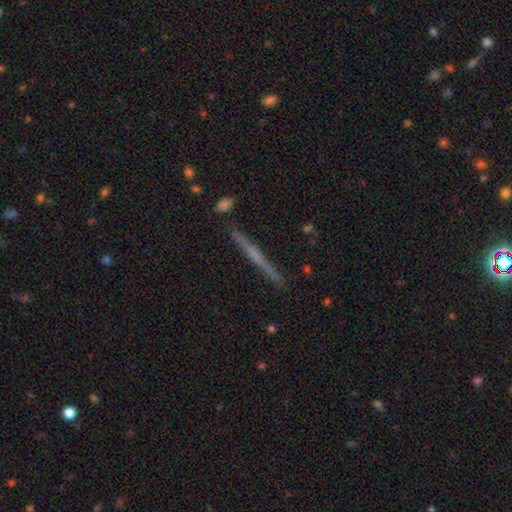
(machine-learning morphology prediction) smooth_or_featured: featured or disk (p=0.66) [alt: smooth p=0.28]
disk_edge_on: yes (p=0.98) [alt: no p=0.02]
edge_on_bulge: none (p=0.64) [alt: rounded p=0.30]
merging: none (p=0.91) [alt: minor disturbance p=0.06]